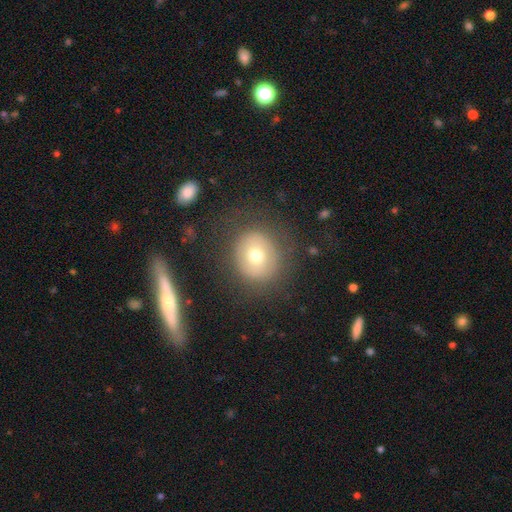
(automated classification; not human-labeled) A smooth galaxy with no disk features (63%) that is round (86%). Merging: none (80%).